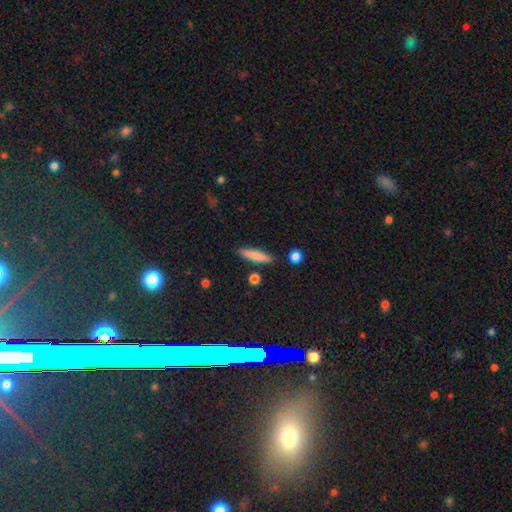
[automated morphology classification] The model was most divided on "smooth or featured": smooth: 78%, featured or disk: 15%, star or artifact: 6%. More confident: merging — none (87%); how rounded — cigar-shaped (84%).